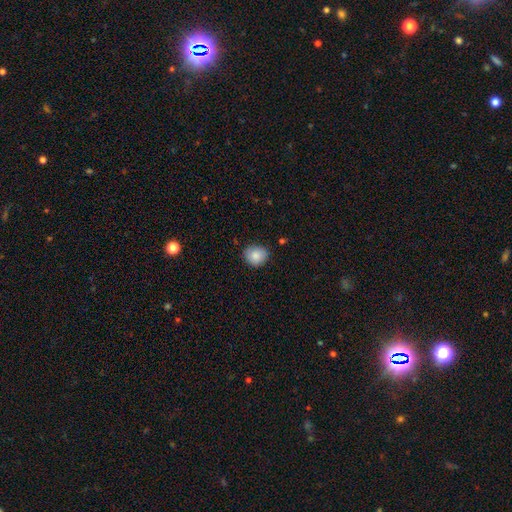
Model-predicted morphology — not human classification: Smooth or featured? Predicted: smooth (p=0.85). How rounded? Predicted: round (p=0.75). Merging? Predicted: none (p=0.82).